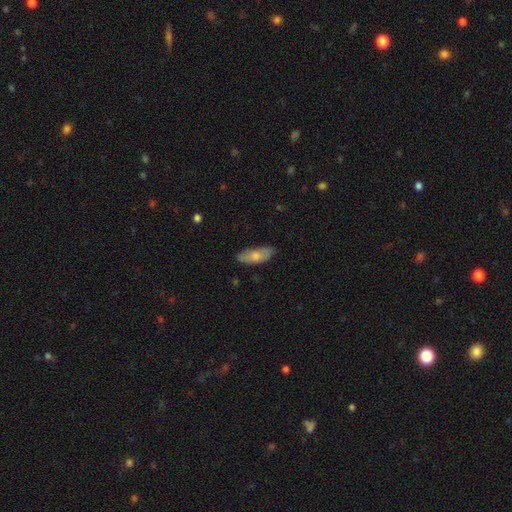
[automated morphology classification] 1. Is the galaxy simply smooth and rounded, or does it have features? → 69% smooth, 25% featured or disk, 6% star or artifact.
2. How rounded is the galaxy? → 77% in between, 21% cigar-shaped, 2% round.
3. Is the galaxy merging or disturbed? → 80% none, 16% minor disturbance, 3% major disturbance, 1% merger.